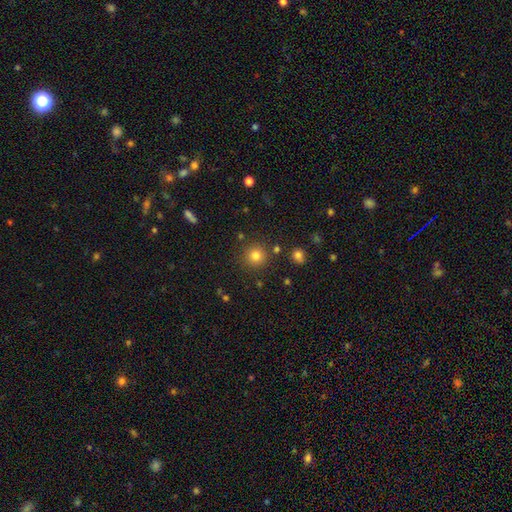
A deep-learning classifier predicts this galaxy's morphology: A smooth galaxy with no disk features (80%) that is round (94%).

Vote fractions:
- Smooth or featured? smooth: 80% / star or artifact: 14% / featured or disk: 6%
- How rounded? round: 94% / in between: 5% / cigar-shaped: 1%
- Merging? none: 87% / minor disturbance: 7% / merger: 4% / major disturbance: 3%